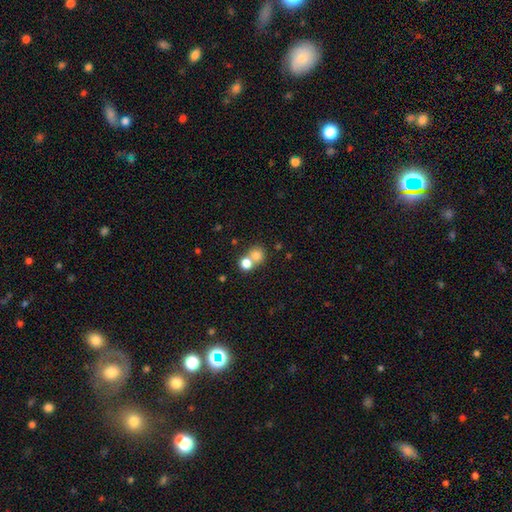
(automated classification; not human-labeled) Smooth or featured? smooth (76%)
How rounded? round (83%)
Merging? merger (47%)